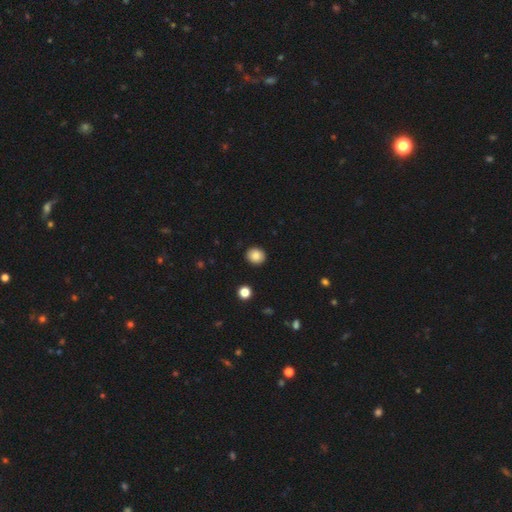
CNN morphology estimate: Q: Smooth or featured?
A: smooth (86%); runner-up: star or artifact (9%)
Q: How rounded?
A: round (78%); runner-up: in between (21%)
Q: Merging?
A: none (91%); runner-up: minor disturbance (6%)